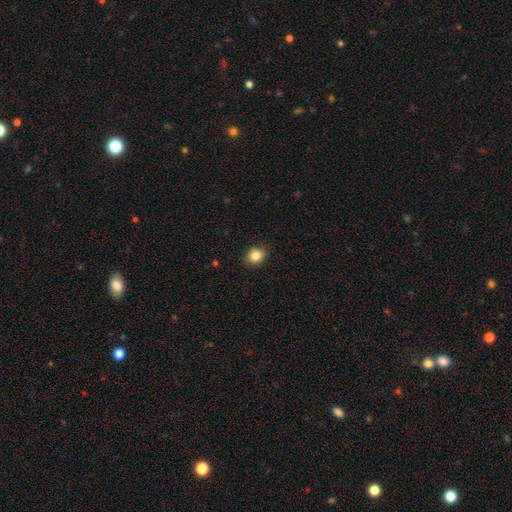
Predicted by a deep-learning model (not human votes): A smooth galaxy with no disk features (85%) that is round (56%). Merging: none (88%).